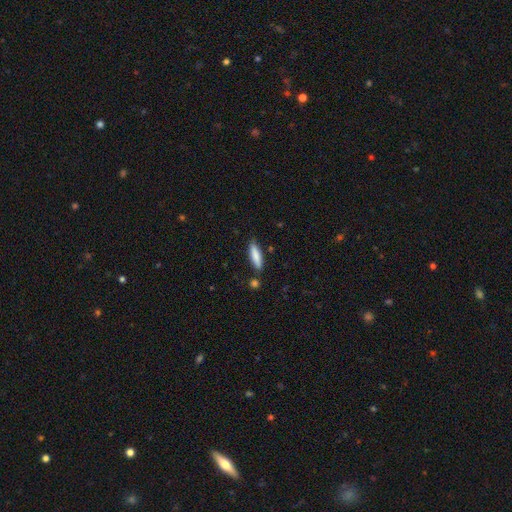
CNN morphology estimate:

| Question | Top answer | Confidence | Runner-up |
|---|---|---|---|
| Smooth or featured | smooth | 82% | featured or disk (12%) |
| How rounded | cigar-shaped | 67% | in between (31%) |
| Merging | none | 80% | minor disturbance (13%) |